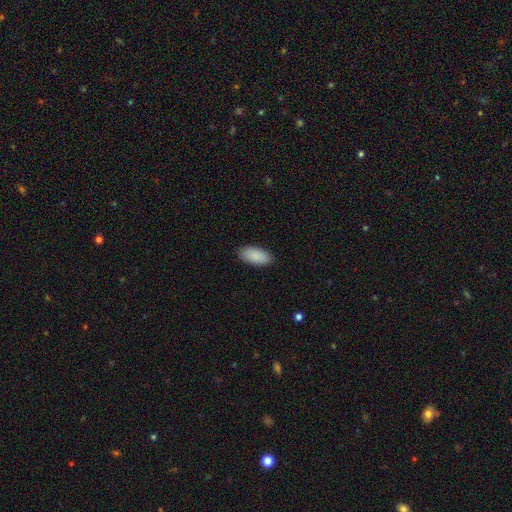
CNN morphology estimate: smooth 90%, star or artifact 6%, featured or disk 4%. Down the decision tree: how rounded — in between (94%); merging — none (89%).